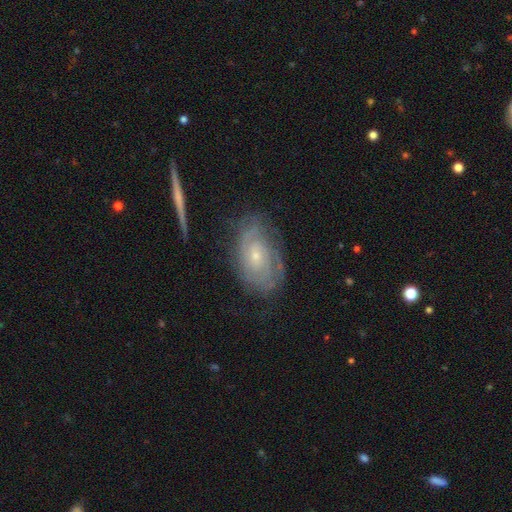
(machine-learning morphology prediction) Smooth or featured? Predicted: featured or disk (p=0.78). Edge-on disk? Predicted: no (p=0.94). Bar? Predicted: no (p=0.71). Spiral arms? Predicted: yes (p=0.91). Spiral winding? Predicted: tight (p=0.66). Spiral arm count? Predicted: can't tell (p=0.42). Bulge size? Predicted: small (p=0.71). Merging? Predicted: none (p=0.71).